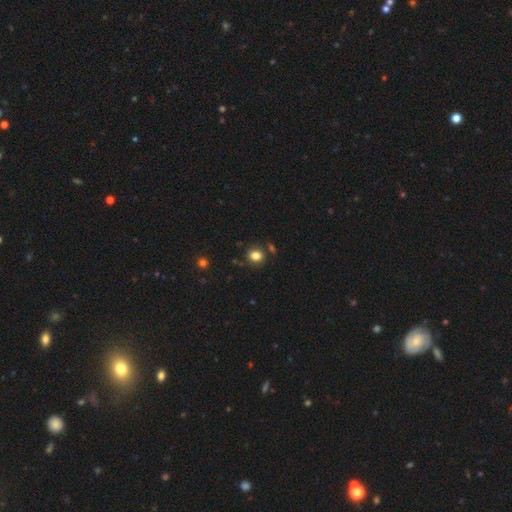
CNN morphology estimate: smooth 82%, star or artifact 12%, featured or disk 6%. Down the decision tree: how rounded — round (72%); merging — none (81%).